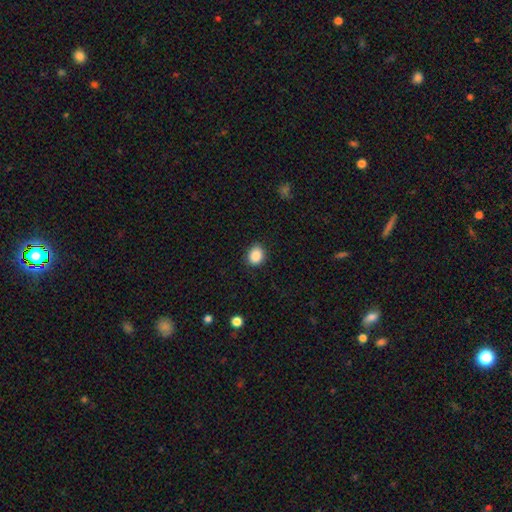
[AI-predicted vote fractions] This is clearly a smooth galaxy (87%). How rounded: possibly round (57%). Merging: clearly none (87%).